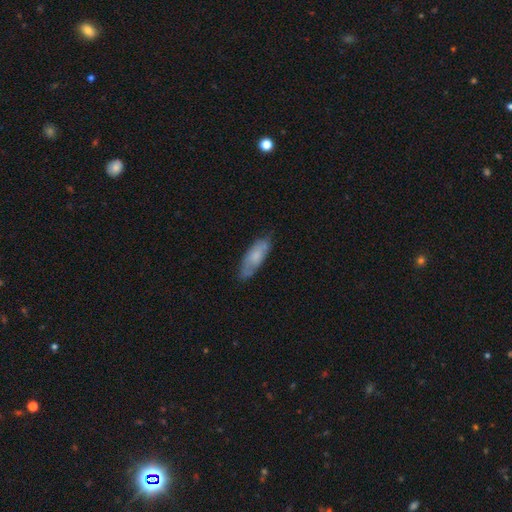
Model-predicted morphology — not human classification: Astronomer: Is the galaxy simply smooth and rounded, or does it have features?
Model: smooth — 65%.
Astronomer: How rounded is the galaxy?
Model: in between — 63%.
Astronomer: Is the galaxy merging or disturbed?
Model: none — 70%.